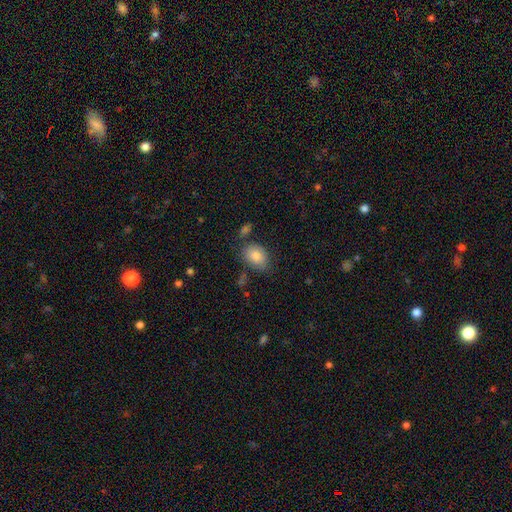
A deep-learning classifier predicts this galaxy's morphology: Smooth or featured? Predicted: smooth (p=0.83). How rounded? Predicted: in between (p=0.76). Merging? Predicted: none (p=0.69).